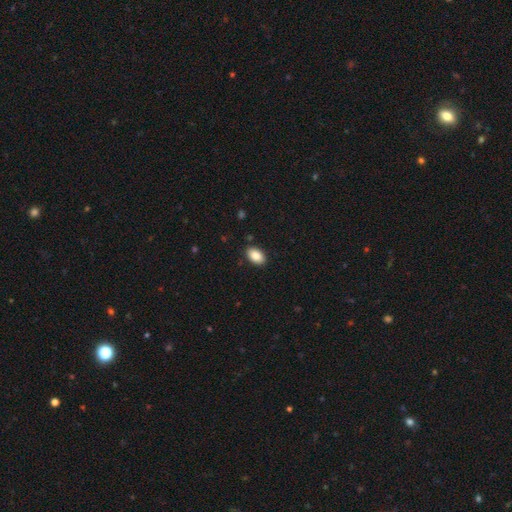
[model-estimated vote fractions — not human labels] smooth 87%, star or artifact 7%, featured or disk 6%. Down the decision tree: how rounded — in between (89%); merging — none (89%).